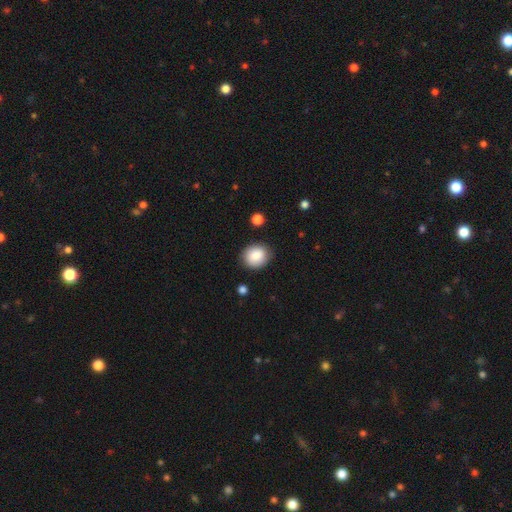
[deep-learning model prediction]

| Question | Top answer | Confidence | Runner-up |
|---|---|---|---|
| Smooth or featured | smooth | 84% | featured or disk (8%) |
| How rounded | round | 71% | in between (28%) |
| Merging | none | 85% | minor disturbance (11%) |